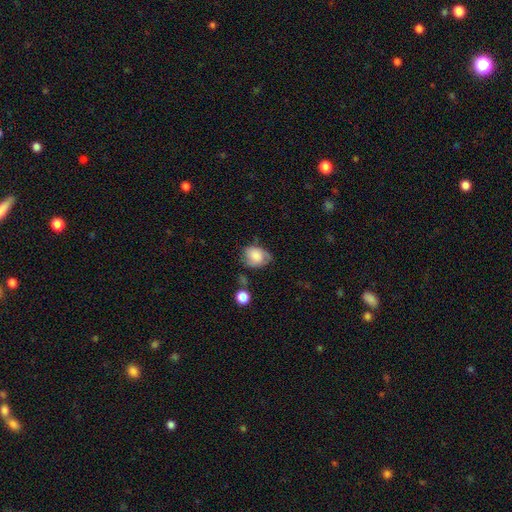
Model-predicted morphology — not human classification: Smooth or featured? smooth (68%)
How rounded? in between (59%)
Merging? none (47%)